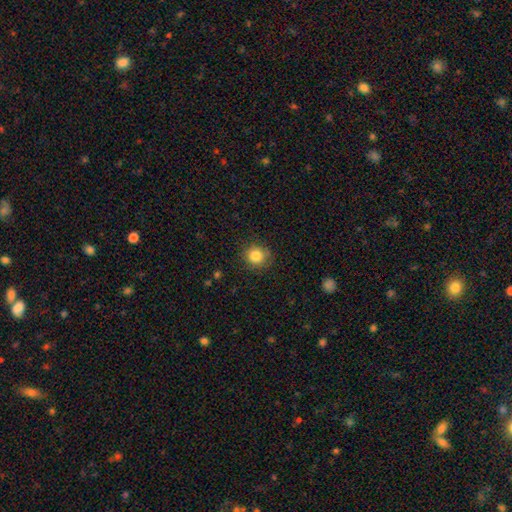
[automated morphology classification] A smooth galaxy with no disk features (84%) that is round (91%).

Vote fractions:
- Smooth or featured? smooth: 84% / star or artifact: 11% / featured or disk: 5%
- How rounded? round: 91% / in between: 8% / cigar-shaped: 1%
- Merging? none: 85% / minor disturbance: 11% / major disturbance: 3% / merger: 1%